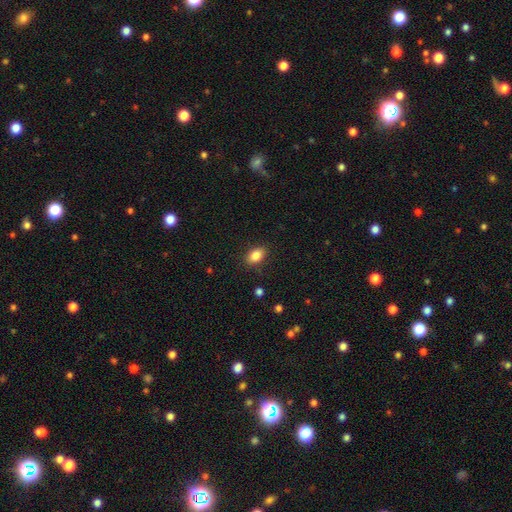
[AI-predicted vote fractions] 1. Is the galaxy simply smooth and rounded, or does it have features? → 84% smooth, 9% star or artifact, 7% featured or disk.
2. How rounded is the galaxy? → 84% in between, 15% round, 2% cigar-shaped.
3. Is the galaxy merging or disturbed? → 86% none, 10% minor disturbance, 3% major disturbance, 1% merger.